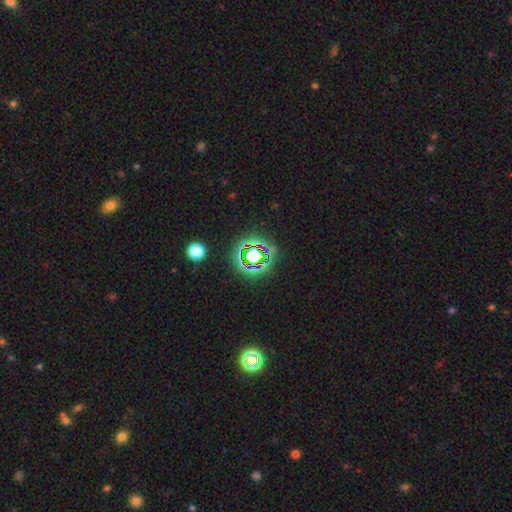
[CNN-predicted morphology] type=star or artifact (68%).